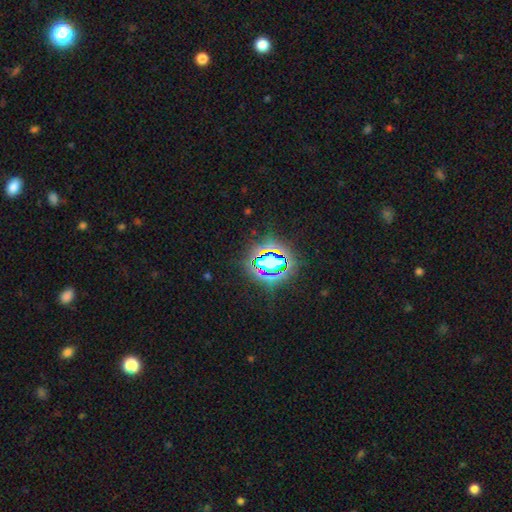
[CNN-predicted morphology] smooth_or_featured: star or artifact (p=0.82) [alt: smooth p=0.12]